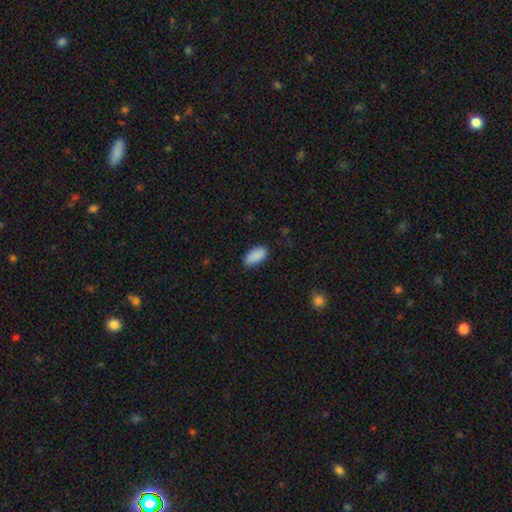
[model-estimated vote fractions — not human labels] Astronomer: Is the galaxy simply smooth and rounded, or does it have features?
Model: smooth — 89%.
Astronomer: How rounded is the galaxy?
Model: in between — 93%.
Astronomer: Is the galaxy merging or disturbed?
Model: none — 83%.